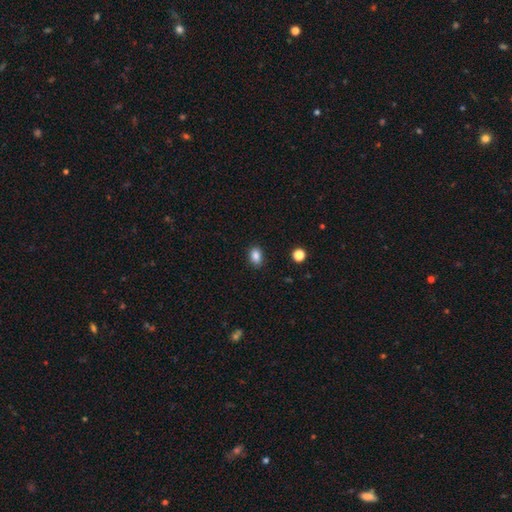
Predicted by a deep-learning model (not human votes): Smooth or featured?
  - smooth: 86% *
  - star or artifact: 10%
  - featured or disk: 4%
How rounded?
  - in between: 78% *
  - round: 21%
  - cigar-shaped: 1%
Merging?
  - none: 87% *
  - minor disturbance: 9%
  - major disturbance: 2%
  - merger: 1%